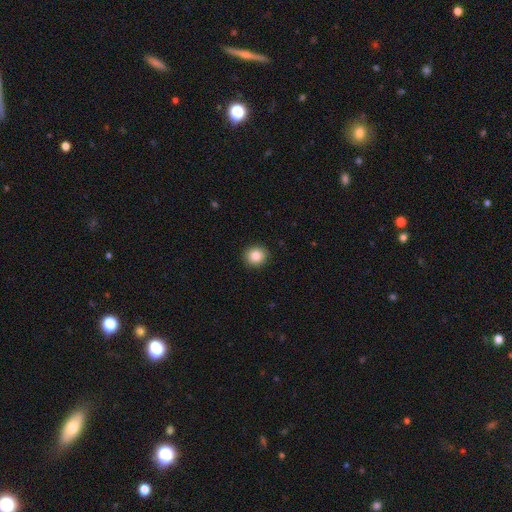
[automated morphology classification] smooth-or-featured: smooth: 86% | star or artifact: 9% | featured or disk: 5%
  how-rounded: round: 87% | in between: 12% | cigar-shaped: 1%
  merging: none: 92% | minor disturbance: 6% | major disturbance: 2% | merger: 1%